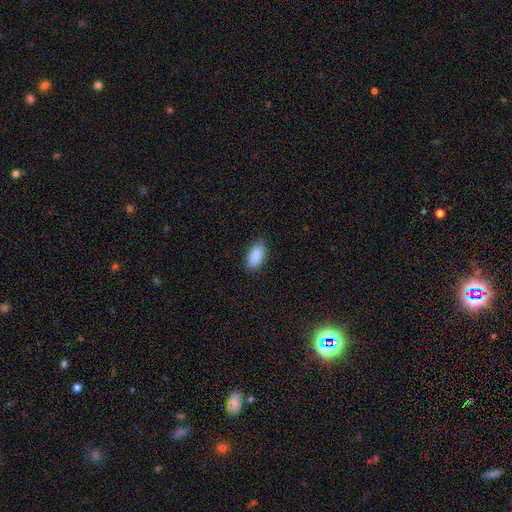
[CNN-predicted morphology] Q: Smooth or featured?
A: smooth (90%); runner-up: star or artifact (6%)
Q: How rounded?
A: in between (92%); runner-up: cigar-shaped (5%)
Q: Merging?
A: none (87%); runner-up: minor disturbance (10%)